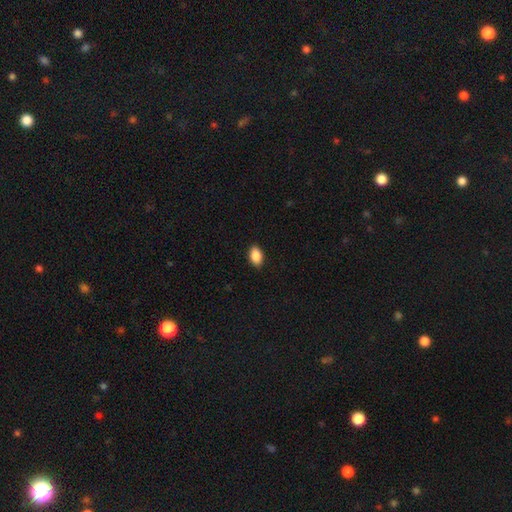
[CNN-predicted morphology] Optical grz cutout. It shows a smooth galaxy with no disk features (88%) that is in between round and cigar-shaped (90%). Merging: none (89%).